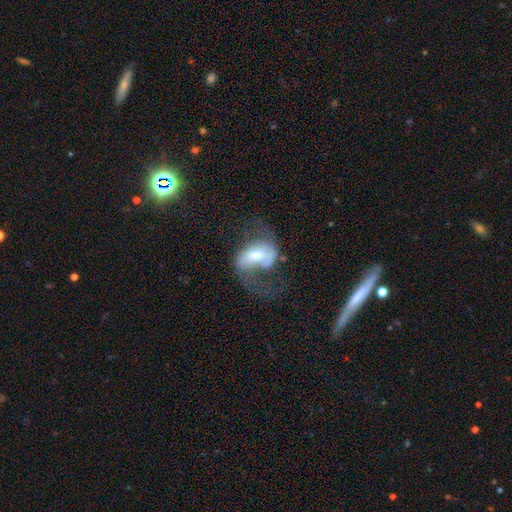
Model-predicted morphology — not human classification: A featured or disk galaxy (68%) with a weak bar (41%), 2 (70%) loose (63%) spiral arms (80%) and a moderate central bulge (64%).

Vote fractions:
- Smooth or featured? featured or disk: 68% / smooth: 24% / star or artifact: 8%
- Edge-on disk? no: 96% / yes: 4%
- Bar? weak: 41% / no: 37% / strong: 21%
- Spiral arms? yes: 80% / no: 20%
- Spiral winding? loose: 63% / medium: 29% / tight: 7%
- Spiral arm count? 2: 70% / 1: 20% / can't tell: 7% / 3: 1% / 4: 1% / more than 4: 1%
- Bulge size? moderate: 64% / small: 20% / large: 12% / none: 2% / dominant: 2%
- Merging? major disturbance: 42% / none: 32% / minor disturbance: 17% / merger: 9%